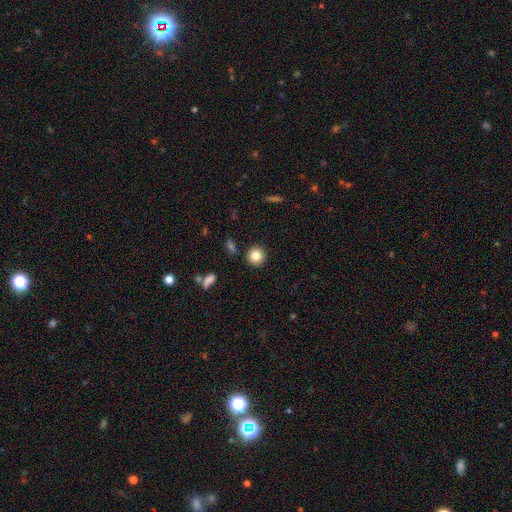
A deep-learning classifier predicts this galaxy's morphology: smooth 83%, star or artifact 10%, featured or disk 7%. Down the decision tree: how rounded — round (93%); merging — none (90%).